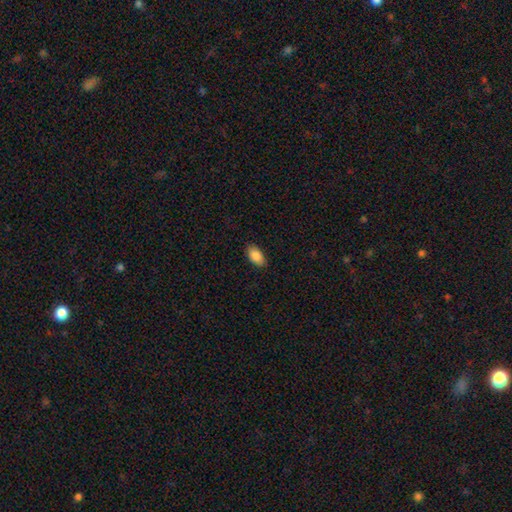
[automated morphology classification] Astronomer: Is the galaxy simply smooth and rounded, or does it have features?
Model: smooth — 88%.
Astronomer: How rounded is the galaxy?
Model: in between — 94%.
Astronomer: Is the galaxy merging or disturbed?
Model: none — 87%.